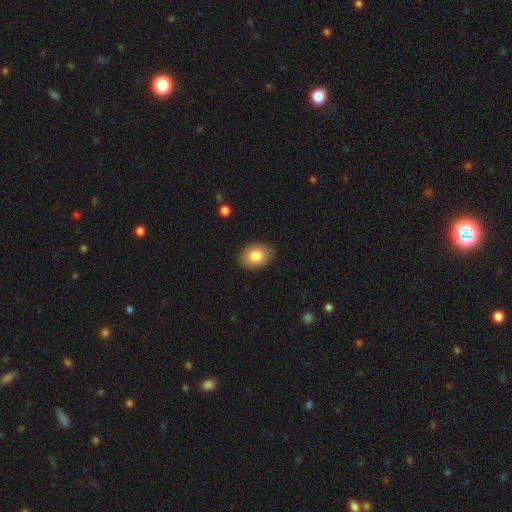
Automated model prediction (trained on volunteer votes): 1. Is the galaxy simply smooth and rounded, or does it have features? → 83% smooth, 10% featured or disk, 7% star or artifact.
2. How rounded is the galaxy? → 77% in between, 22% round, 1% cigar-shaped.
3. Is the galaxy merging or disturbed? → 88% none, 9% minor disturbance, 2% major disturbance, 1% merger.